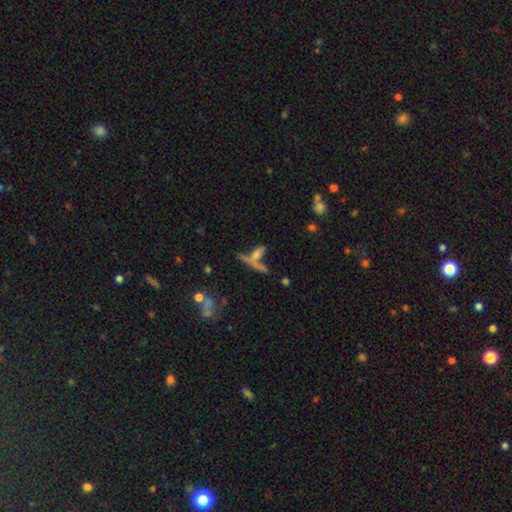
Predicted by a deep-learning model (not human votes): Overall: featured or disk (39%; smooth 38%). Merging: none (44%; merger 32%).